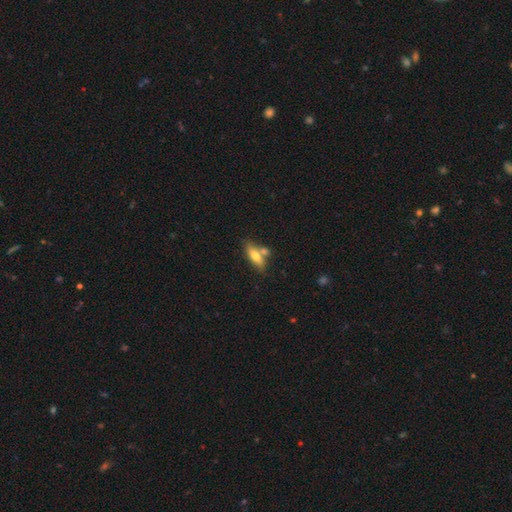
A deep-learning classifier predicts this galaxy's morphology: Smooth or featured? smooth (67%)
How rounded? in between (63%)
Merging? none (58%)